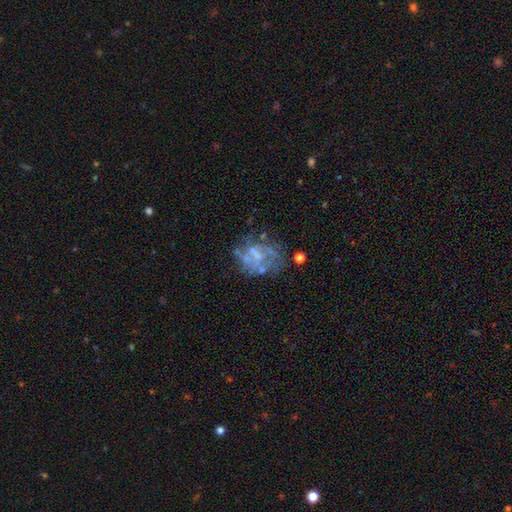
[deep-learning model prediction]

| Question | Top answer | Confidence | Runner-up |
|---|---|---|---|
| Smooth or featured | featured or disk | 70% | smooth (18%) |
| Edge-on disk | no | 98% | yes (2%) |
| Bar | no | 69% | weak (24%) |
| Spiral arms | no | 66% | yes (34%) |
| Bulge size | none | 54% | small (26%) |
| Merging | none | 45% | major disturbance (26%) |